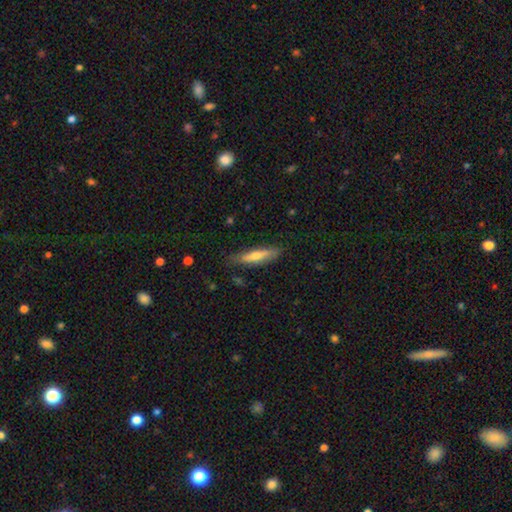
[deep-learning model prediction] smooth 56%, featured or disk 38%, star or artifact 6%. Down the decision tree: how rounded — cigar-shaped (81%); merging — none (82%).